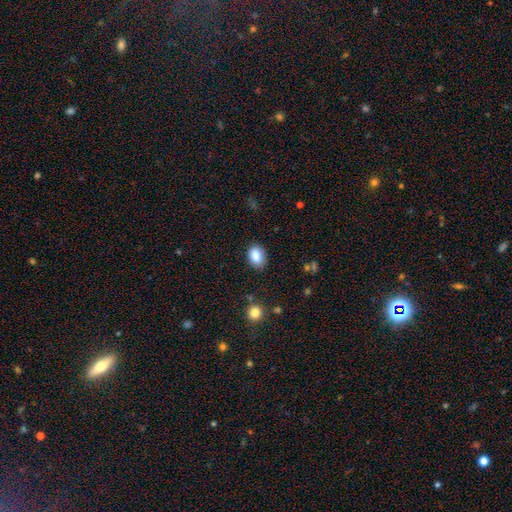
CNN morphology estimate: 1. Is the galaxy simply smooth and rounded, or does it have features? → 86% smooth, 8% star or artifact, 5% featured or disk.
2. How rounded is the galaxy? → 77% in between, 21% round, 1% cigar-shaped.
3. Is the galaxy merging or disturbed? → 83% none, 12% minor disturbance, 3% major disturbance, 2% merger.